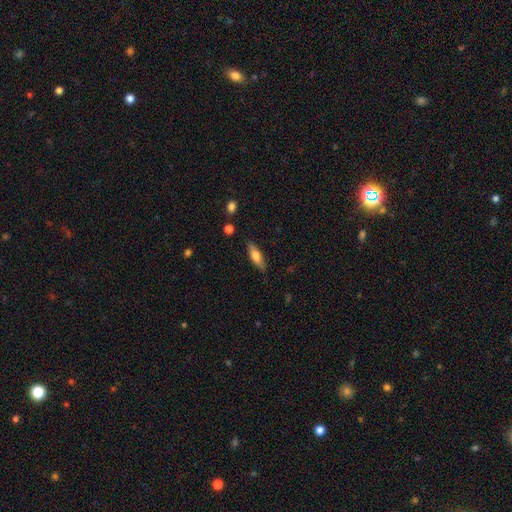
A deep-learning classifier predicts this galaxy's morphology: smooth 62%, featured or disk 31%, star or artifact 7%. Down the decision tree: how rounded — cigar-shaped (52%); merging — none (83%).